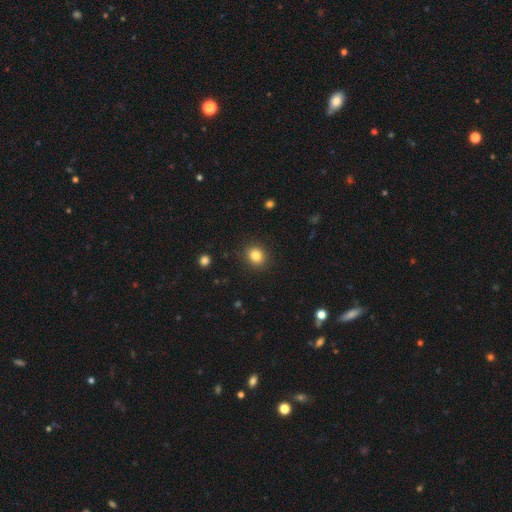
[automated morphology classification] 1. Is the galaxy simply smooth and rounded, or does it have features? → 83% smooth, 11% star or artifact, 6% featured or disk.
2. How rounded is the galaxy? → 69% round, 31% in between, 1% cigar-shaped.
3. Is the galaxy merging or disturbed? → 89% none, 7% minor disturbance, 2% major disturbance, 1% merger.